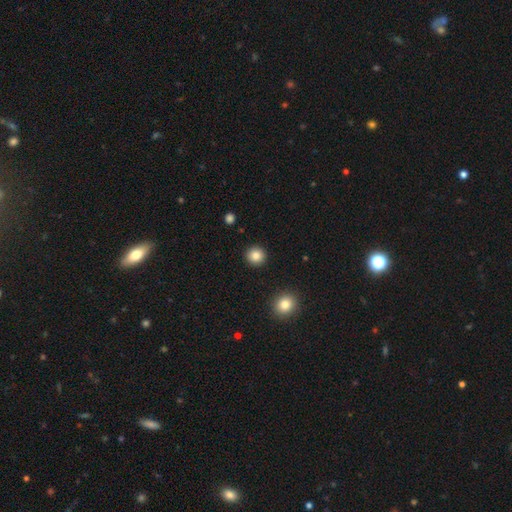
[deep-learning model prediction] This is clearly a smooth galaxy (86%). How rounded: clearly round (94%). Merging: clearly none (92%).